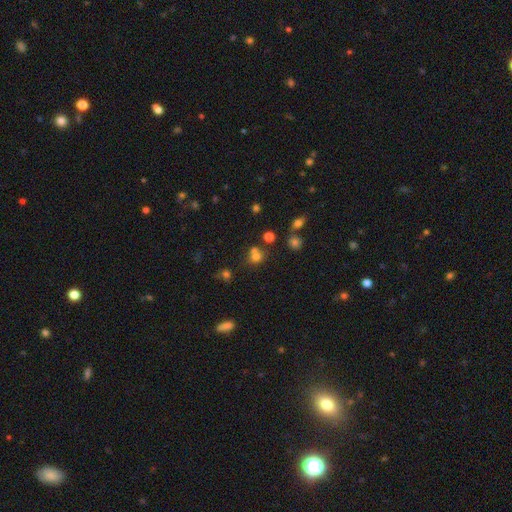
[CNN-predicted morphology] Smooth or featured? smooth (65%)
How rounded? round (78%)
Merging? none (47%)